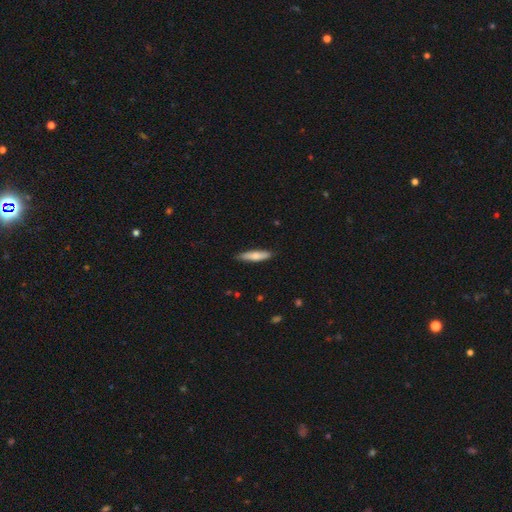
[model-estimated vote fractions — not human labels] Q: Smooth or featured?
A: smooth (70%); runner-up: featured or disk (25%)
Q: How rounded?
A: cigar-shaped (77%); runner-up: in between (21%)
Q: Merging?
A: none (86%); runner-up: minor disturbance (11%)